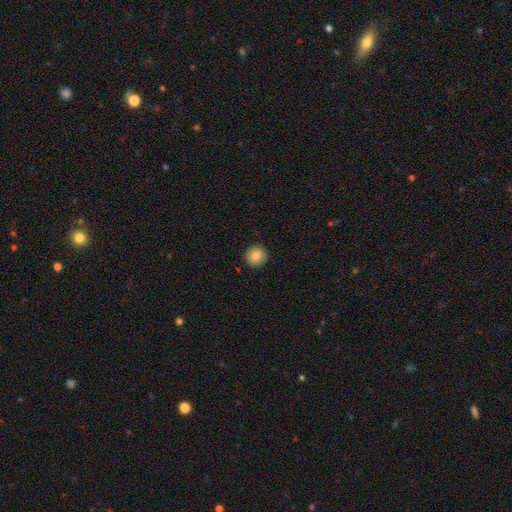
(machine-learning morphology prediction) This appears to be a smooth galaxy with no disk features (84%) that is round (95%). Merging: none (91%).